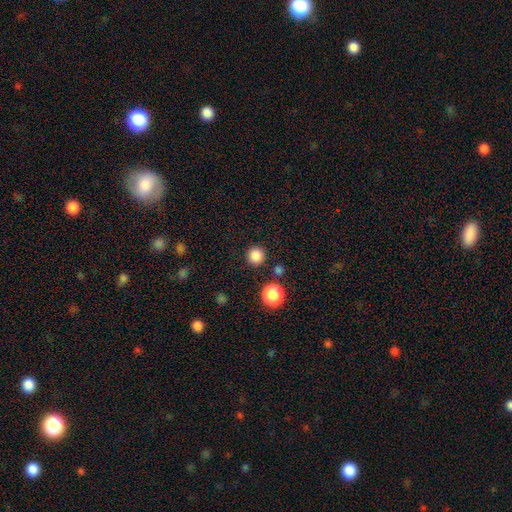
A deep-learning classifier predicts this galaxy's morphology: This appears to be a smooth galaxy with no disk features (85%) that is round (95%). Merging: none (88%).